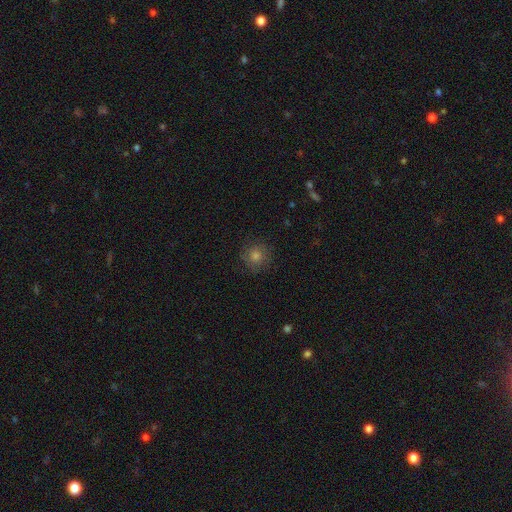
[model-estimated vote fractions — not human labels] The model was most divided on "smooth or featured": smooth: 67%, star or artifact: 19%, featured or disk: 14%. More confident: how rounded — round (94%); merging — none (86%).